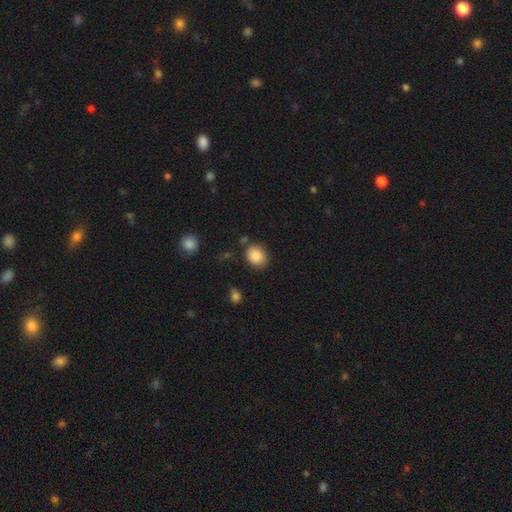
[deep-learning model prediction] Q: Smooth or featured?
A: smooth (88%); runner-up: star or artifact (8%)
Q: How rounded?
A: round (59%); runner-up: in between (40%)
Q: Merging?
A: none (79%); runner-up: minor disturbance (13%)